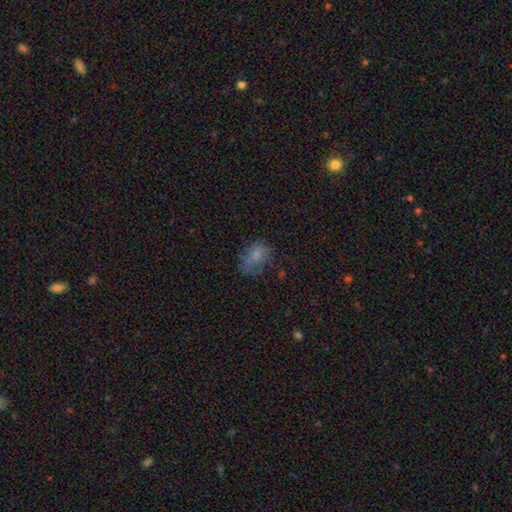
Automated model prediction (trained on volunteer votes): The model was most divided on "merging": none: 47%, minor disturbance: 28%, major disturbance: 21%, merger: 4%. More confident: how rounded — in between (76%); smooth or featured — smooth (68%).